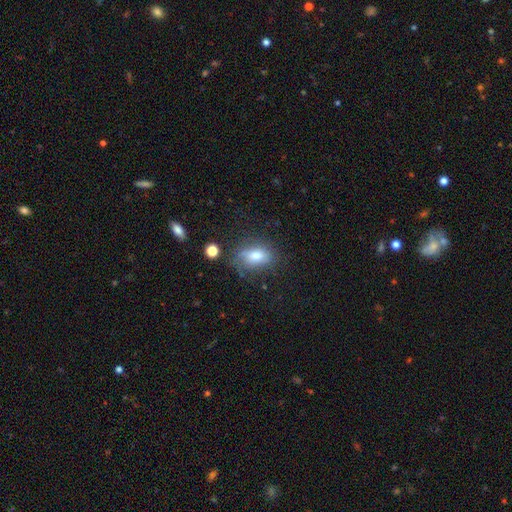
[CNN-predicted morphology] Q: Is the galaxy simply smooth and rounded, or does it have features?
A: smooth — 69%.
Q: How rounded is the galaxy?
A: in between — 76%.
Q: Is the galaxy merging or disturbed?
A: none — 59%.